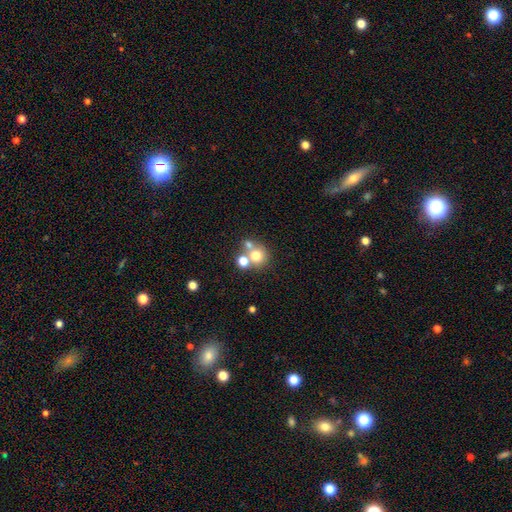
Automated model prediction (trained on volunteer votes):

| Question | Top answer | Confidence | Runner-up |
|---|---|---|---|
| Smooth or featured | smooth | 69% | featured or disk (17%) |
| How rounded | round | 86% | in between (14%) |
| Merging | none | 47% | merger (42%) |